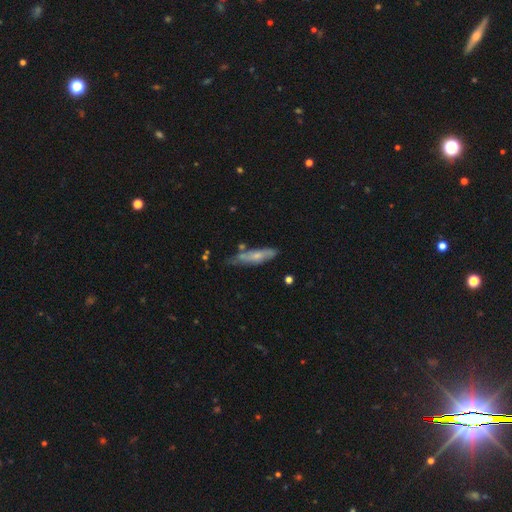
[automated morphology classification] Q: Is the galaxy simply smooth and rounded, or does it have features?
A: smooth — 50%.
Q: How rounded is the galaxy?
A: cigar-shaped — 73%.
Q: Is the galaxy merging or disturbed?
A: none — 57%.